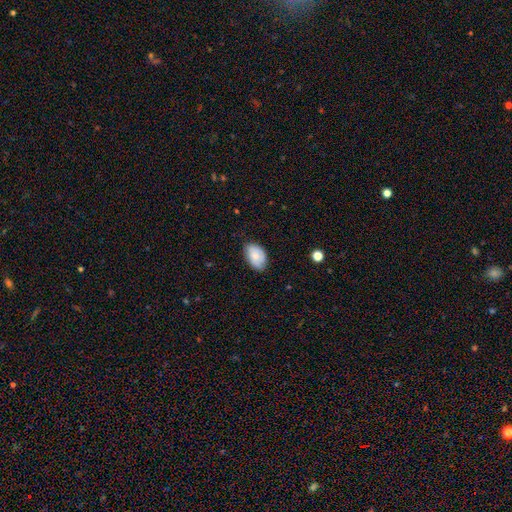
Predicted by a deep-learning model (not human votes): smooth_or_featured: smooth (p=0.74) [alt: featured or disk p=0.19]
how_rounded: in between (p=0.90) [alt: round p=0.09]
merging: none (p=0.70) [alt: minor disturbance p=0.25]